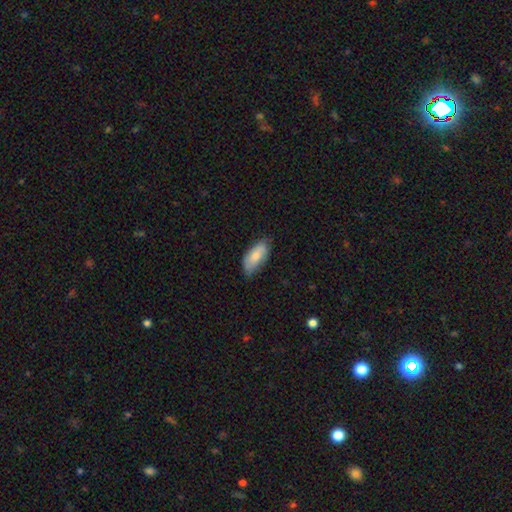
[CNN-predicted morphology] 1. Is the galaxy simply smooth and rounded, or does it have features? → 78% smooth, 16% featured or disk, 6% star or artifact.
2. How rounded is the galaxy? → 89% in between, 9% cigar-shaped, 2% round.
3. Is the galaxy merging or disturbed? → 70% none, 25% minor disturbance, 4% major disturbance, 1% merger.